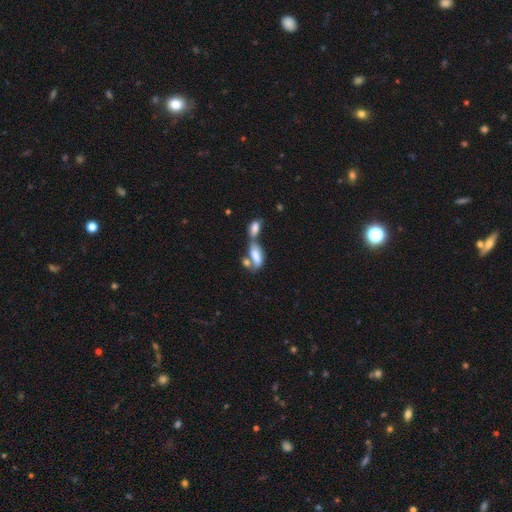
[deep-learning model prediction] Smooth or featured? smooth (66%)
How rounded? in between (83%)
Merging? merger (63%)